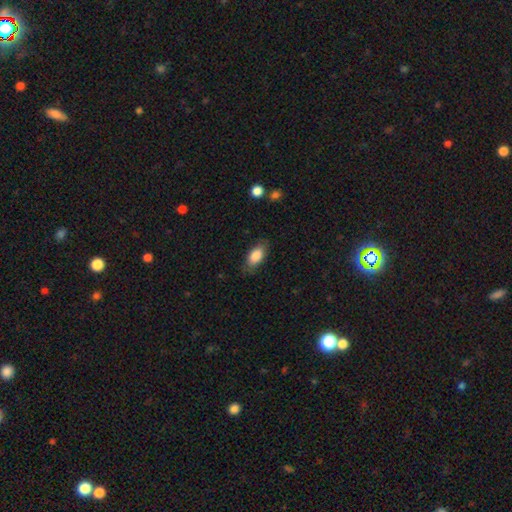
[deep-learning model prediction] Smooth or featured?
  - smooth: 84% *
  - featured or disk: 9%
  - star or artifact: 7%
How rounded?
  - in between: 89% *
  - cigar-shaped: 7%
  - round: 4%
Merging?
  - none: 80% *
  - minor disturbance: 15%
  - major disturbance: 4%
  - merger: 1%